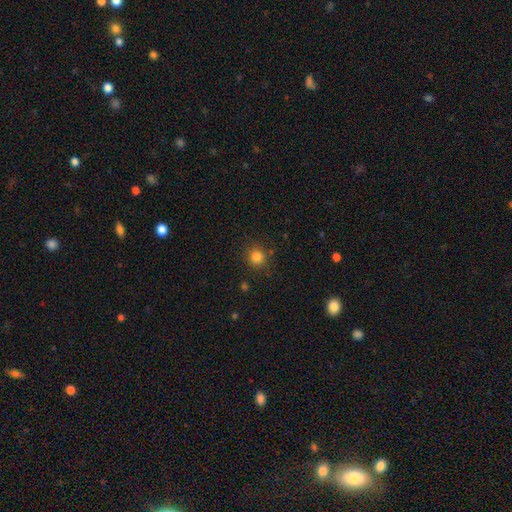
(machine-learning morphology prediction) Smooth or featured? smooth (80%)
How rounded? round (91%)
Merging? none (87%)